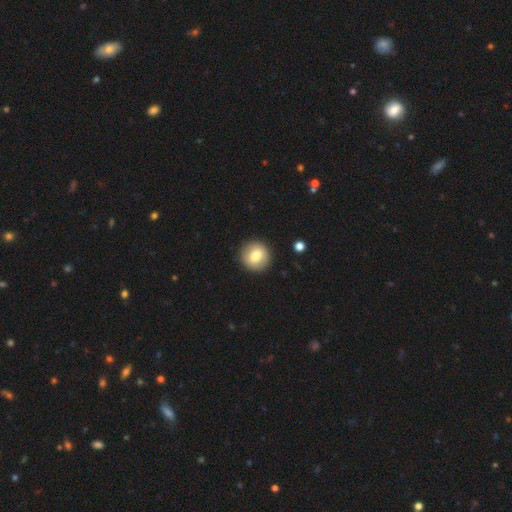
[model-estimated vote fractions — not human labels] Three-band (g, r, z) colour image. It shows a smooth galaxy with no disk features (77%) that is round (94%). Merging: none (91%).